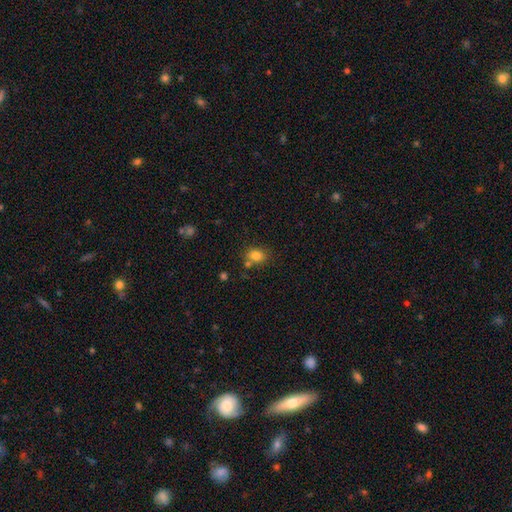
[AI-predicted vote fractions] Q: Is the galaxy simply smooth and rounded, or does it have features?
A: smooth — 81%.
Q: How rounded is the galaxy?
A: round — 50%.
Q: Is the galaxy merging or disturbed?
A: none — 68%.